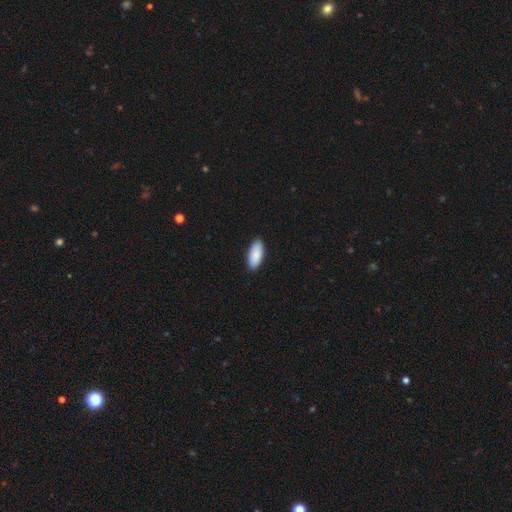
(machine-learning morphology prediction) Q: Smooth or featured?
A: smooth (89%); runner-up: featured or disk (6%)
Q: How rounded?
A: in between (89%); runner-up: cigar-shaped (10%)
Q: Merging?
A: none (89%); runner-up: minor disturbance (9%)